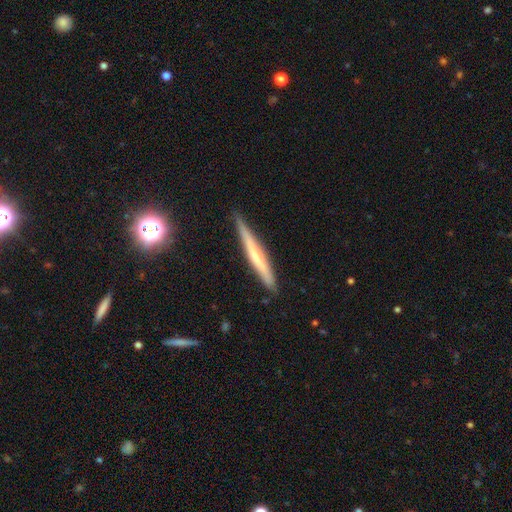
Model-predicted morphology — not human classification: This appears to be a featured or disk galaxy (53%) viewed edge-on (96%) with no central bulge (55%). Merging: none (87%).